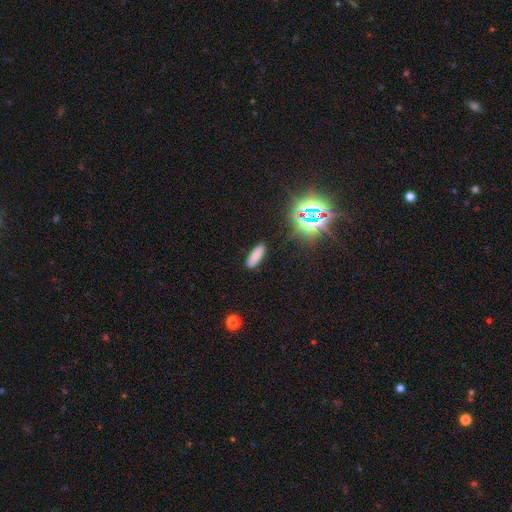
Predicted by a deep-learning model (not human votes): This appears to be a smooth galaxy with no disk features (79%) that is in between round and cigar-shaped (60%). Merging: none (88%).